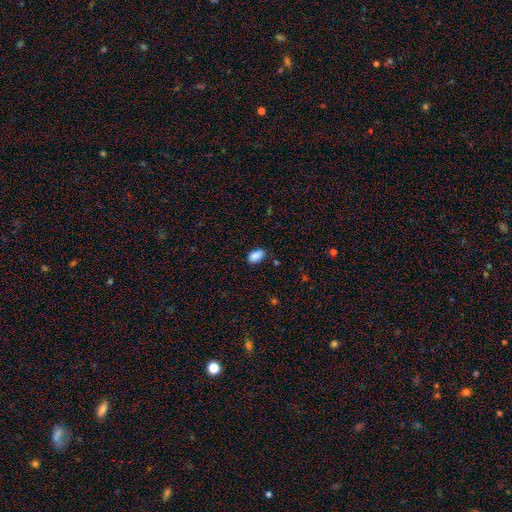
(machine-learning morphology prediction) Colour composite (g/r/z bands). It shows a smooth galaxy with no disk features (88%) that is in between round and cigar-shaped (92%). Merging: none (80%).